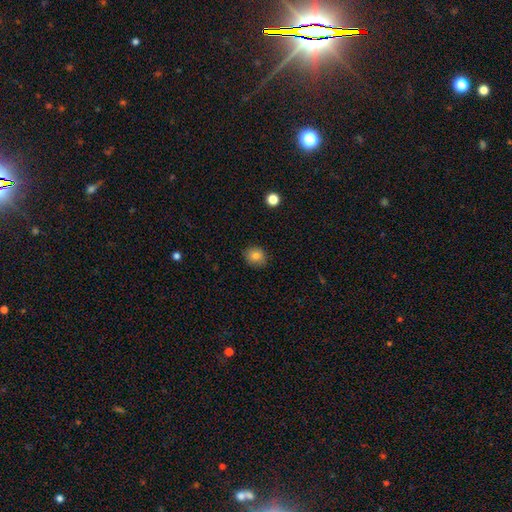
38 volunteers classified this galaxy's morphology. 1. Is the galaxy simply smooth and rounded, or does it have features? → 92% smooth, 5% featured or disk, 3% star or artifact.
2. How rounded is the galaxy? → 57% round, 43% in between, 0% cigar-shaped.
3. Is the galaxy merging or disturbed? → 89% none, 5% minor disturbance, 5% major disturbance, 0% merger.